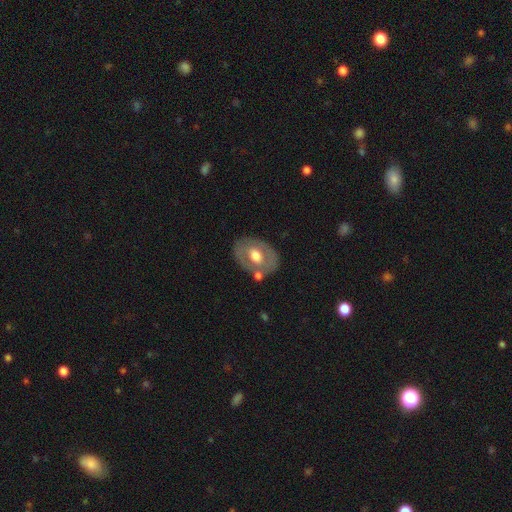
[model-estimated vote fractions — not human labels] smooth-or-featured: featured or disk: 50% | smooth: 44% | star or artifact: 6%
  merging: none: 72% | minor disturbance: 15% | merger: 9% | major disturbance: 5%